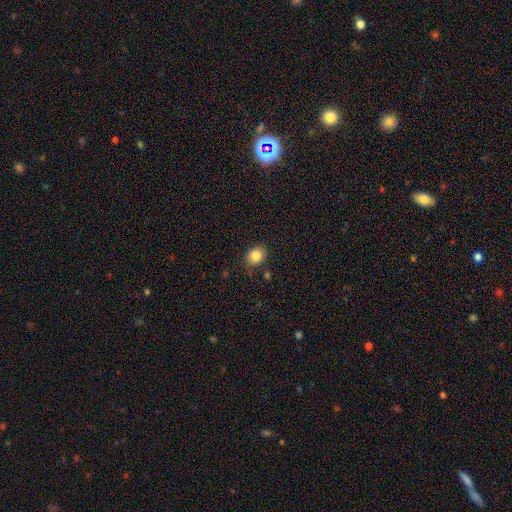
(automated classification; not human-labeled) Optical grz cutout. It shows a smooth galaxy with no disk features (84%) that is round (53%). Merging: none (80%).